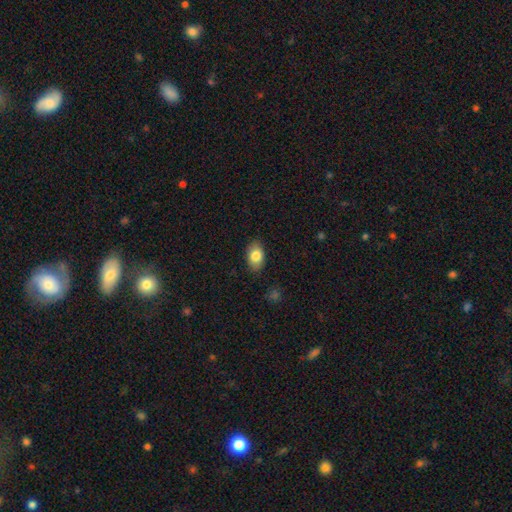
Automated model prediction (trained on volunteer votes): This appears to be a smooth galaxy with no disk features (83%) that is in between round and cigar-shaped (88%). Merging: none (86%).